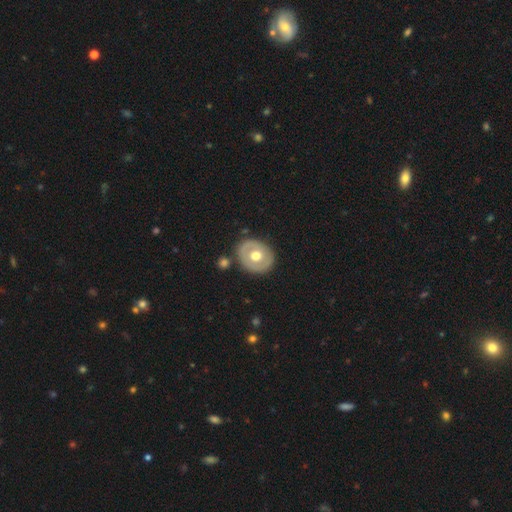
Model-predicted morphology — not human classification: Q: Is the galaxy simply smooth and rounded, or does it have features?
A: featured or disk — 48%.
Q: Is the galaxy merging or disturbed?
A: none — 82%.